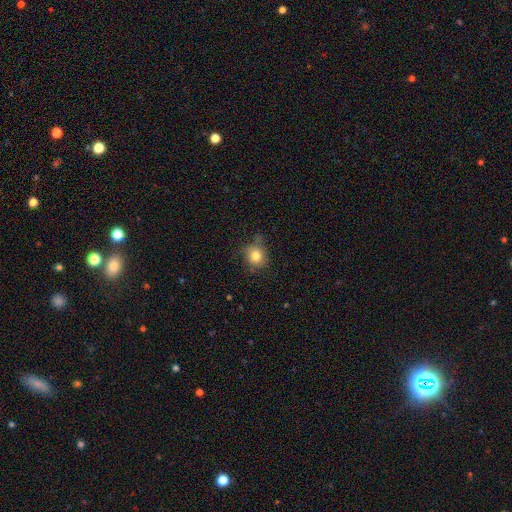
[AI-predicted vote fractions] Morphology: type=smooth (79%); roundness=round (81%); merging=none (70%).